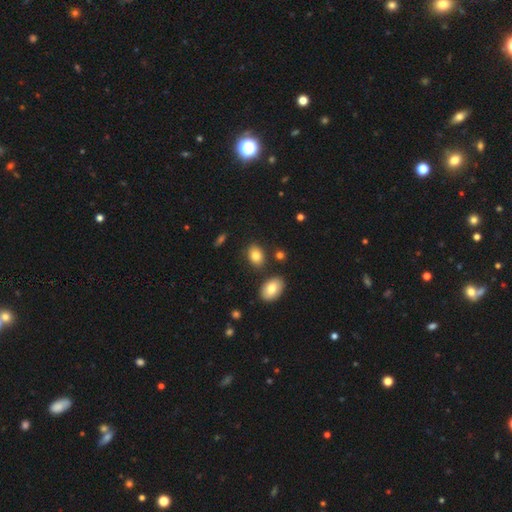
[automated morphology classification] Smooth or featured?
  - smooth: 81% *
  - featured or disk: 9%
  - star or artifact: 9%
How rounded?
  - in between: 75% *
  - round: 24%
  - cigar-shaped: 1%
Merging?
  - none: 81% *
  - minor disturbance: 10%
  - merger: 6%
  - major disturbance: 3%